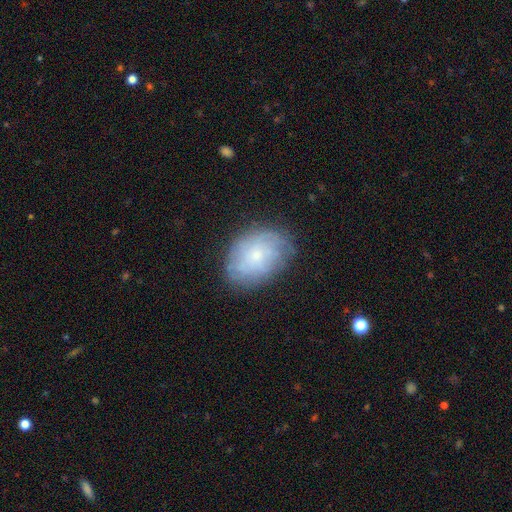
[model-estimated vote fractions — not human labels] Q: Smooth or featured?
A: smooth (52%); runner-up: featured or disk (39%)
Q: How rounded?
A: in between (78%); runner-up: round (21%)
Q: Merging?
A: none (76%); runner-up: minor disturbance (18%)